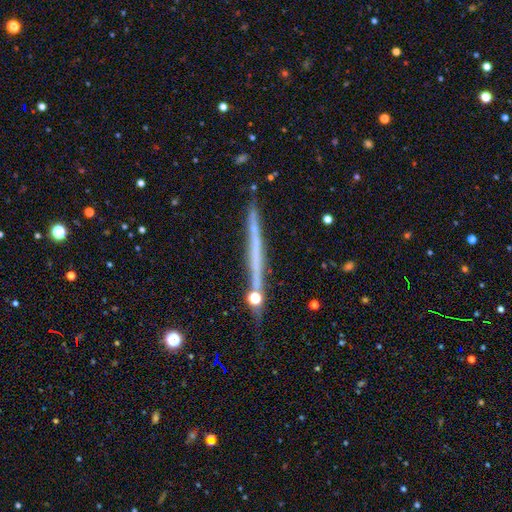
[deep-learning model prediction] Overall: featured or disk (58%; smooth 34%). Edge-on disk: yes (97%). Edge-on bulge: none (91%). Merging: none (86%).